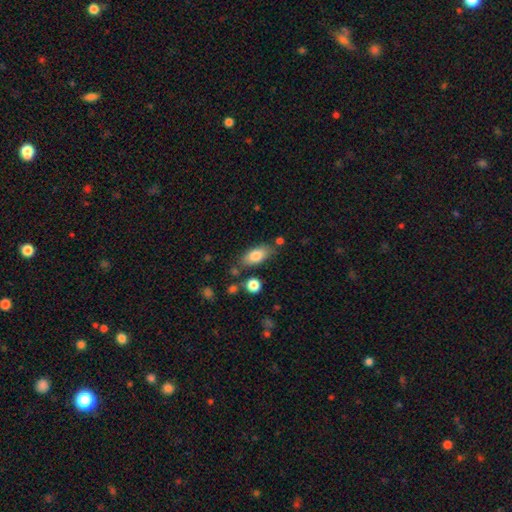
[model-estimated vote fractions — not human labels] Overall: smooth (80%). How rounded: in between (86%). Merging: none (73%).